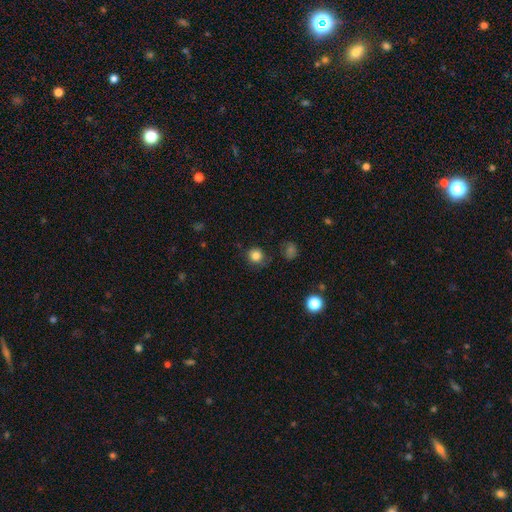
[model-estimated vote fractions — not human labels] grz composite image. It shows a smooth galaxy with no disk features (83%) that is round (91%). Merging: none (80%).